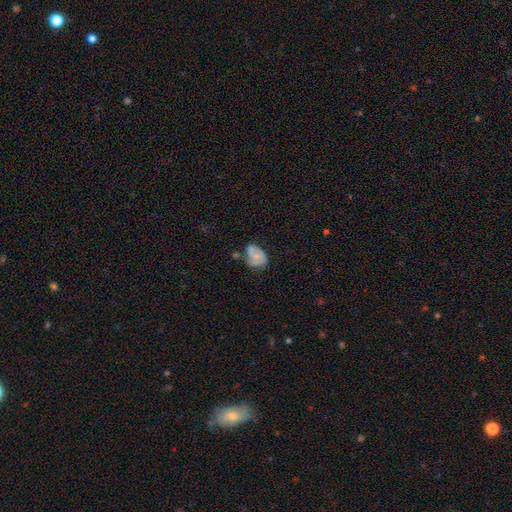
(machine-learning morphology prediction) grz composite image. It shows a featured or disk galaxy (49%). Merging: none (44%).